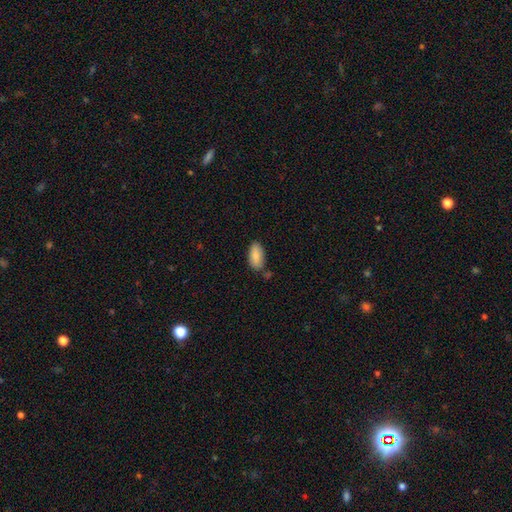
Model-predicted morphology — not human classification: This is clearly a smooth galaxy (86%). How rounded: clearly in between (93%). Merging: likely none (74%).